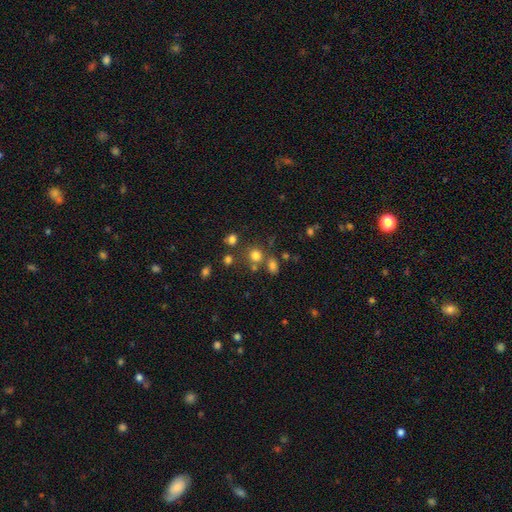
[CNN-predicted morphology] Smooth or featured? smooth (74%)
How rounded? round (79%)
Merging? none (64%)